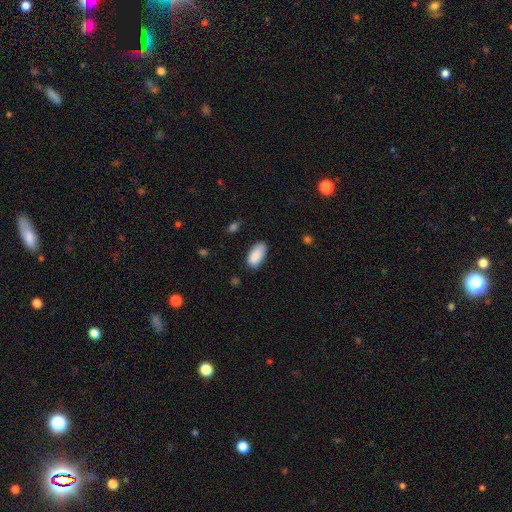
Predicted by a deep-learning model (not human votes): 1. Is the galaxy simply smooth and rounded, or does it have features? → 88% smooth, 7% star or artifact, 5% featured or disk.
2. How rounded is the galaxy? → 94% in between, 4% cigar-shaped, 2% round.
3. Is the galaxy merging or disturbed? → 73% none, 22% minor disturbance, 4% major disturbance, 2% merger.